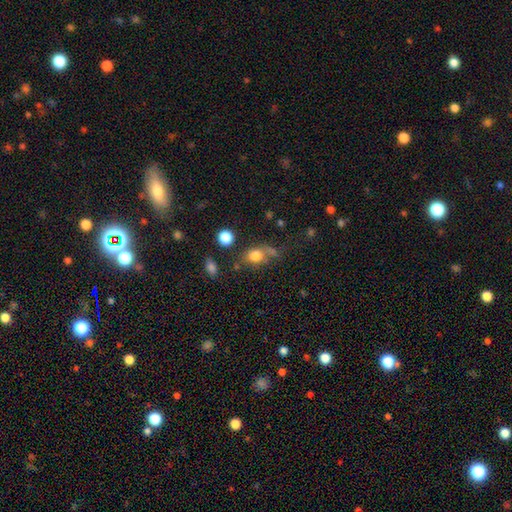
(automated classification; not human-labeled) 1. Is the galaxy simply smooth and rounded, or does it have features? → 78% smooth, 12% star or artifact, 10% featured or disk.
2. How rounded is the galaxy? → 53% in between, 45% round, 2% cigar-shaped.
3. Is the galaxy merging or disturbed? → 49% none, 21% minor disturbance, 17% merger, 13% major disturbance.